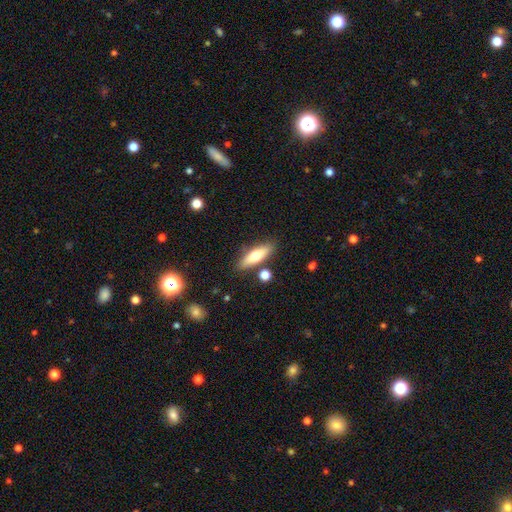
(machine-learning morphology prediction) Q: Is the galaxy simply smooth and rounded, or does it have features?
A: smooth — 61%.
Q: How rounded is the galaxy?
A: cigar-shaped — 58%.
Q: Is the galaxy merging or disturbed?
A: none — 82%.